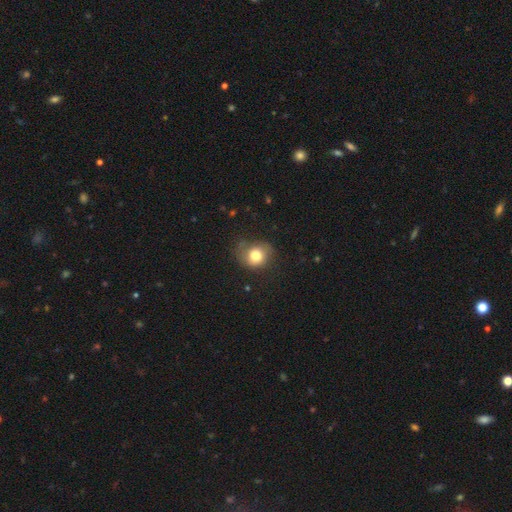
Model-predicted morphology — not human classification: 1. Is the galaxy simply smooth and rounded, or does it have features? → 75% smooth, 15% featured or disk, 10% star or artifact.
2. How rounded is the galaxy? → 69% round, 30% in between, 1% cigar-shaped.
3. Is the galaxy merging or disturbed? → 60% none, 27% minor disturbance, 12% major disturbance, 2% merger.